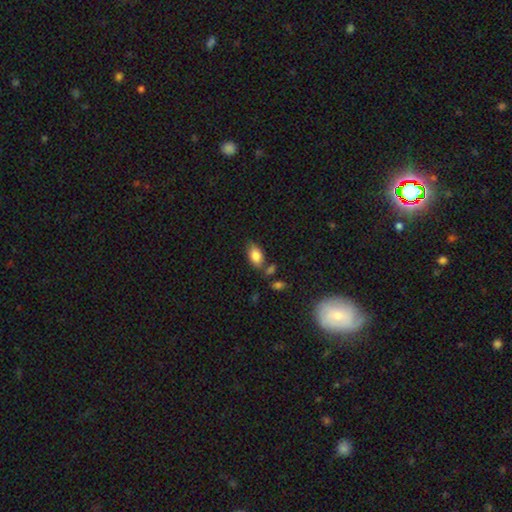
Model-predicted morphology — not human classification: The model was most divided on "merging": none: 67%, minor disturbance: 18%, merger: 11%, major disturbance: 5%. More confident: how rounded — in between (91%); smooth or featured — smooth (84%).